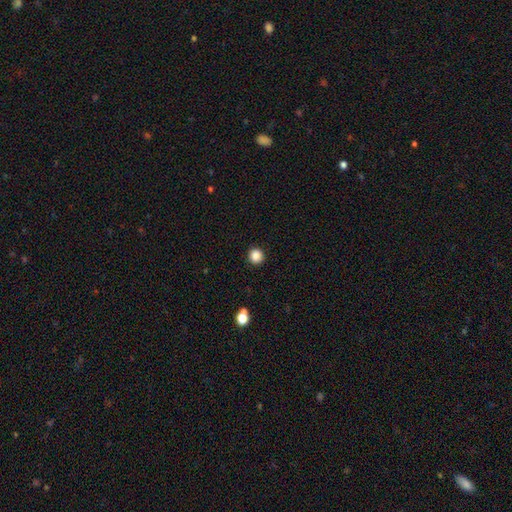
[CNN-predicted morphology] smooth-or-featured: smooth: 87% | star or artifact: 10% | featured or disk: 3%
  how-rounded: round: 94% | in between: 6% | cigar-shaped: 1%
  merging: none: 92% | minor disturbance: 5% | major disturbance: 2% | merger: 1%